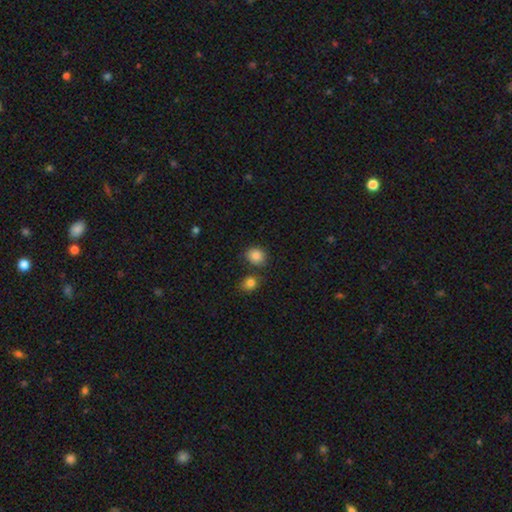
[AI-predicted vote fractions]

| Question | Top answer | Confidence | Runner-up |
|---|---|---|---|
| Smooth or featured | smooth | 85% | star or artifact (10%) |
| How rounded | round | 73% | in between (26%) |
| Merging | none | 77% | minor disturbance (11%) |